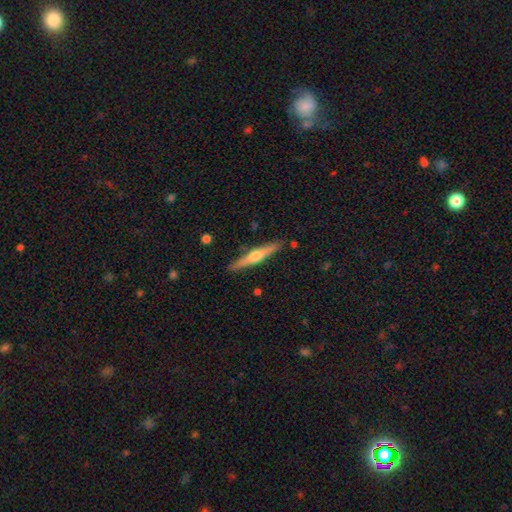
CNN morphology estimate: featured or disk 61%, smooth 34%, star or artifact 5%. Down the decision tree: edge-on disk — yes (97%); edge-on bulge — rounded (89%); merging — none (88%).